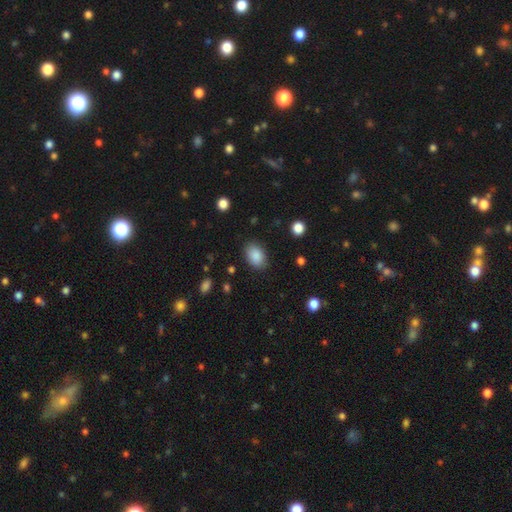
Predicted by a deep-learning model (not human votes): smooth 88%, star or artifact 8%, featured or disk 5%. Down the decision tree: how rounded — in between (85%); merging — none (85%).